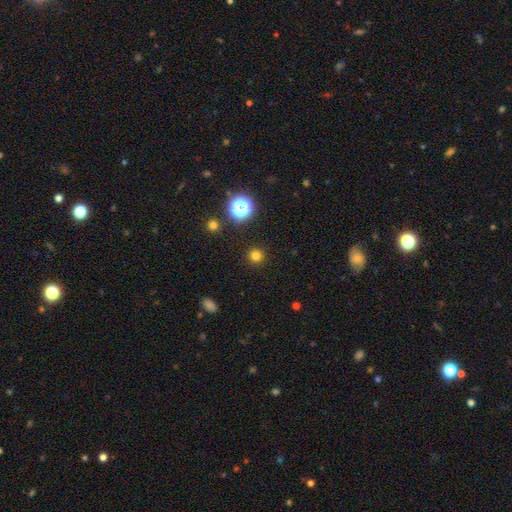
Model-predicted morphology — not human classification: This is likely a smooth galaxy (77%). How rounded: clearly round (95%). Merging: clearly none (91%).